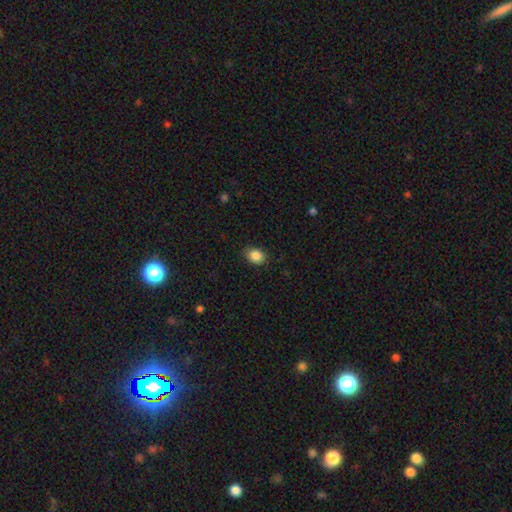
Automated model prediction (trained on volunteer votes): Overall: smooth (87%). How rounded: in between (55%; round 44%). Merging: none (87%).